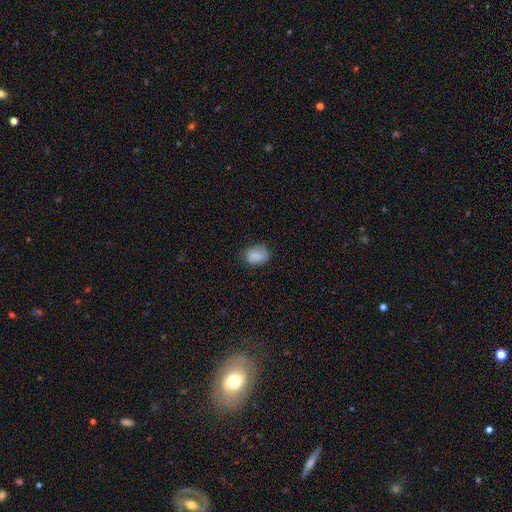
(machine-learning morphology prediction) type=smooth (85%); roundness=in between (75%); merging=none (72%).